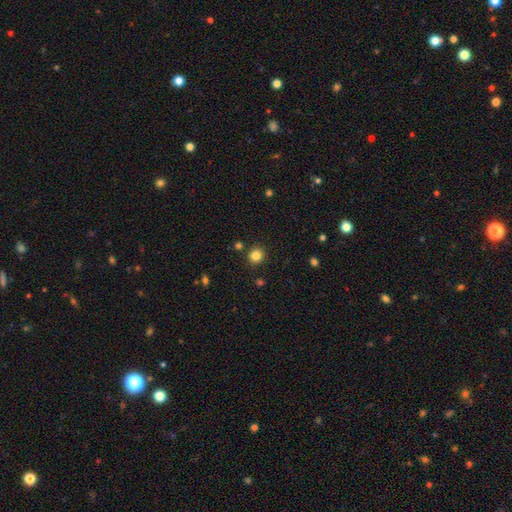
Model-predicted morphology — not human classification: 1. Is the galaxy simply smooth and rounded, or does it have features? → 84% smooth, 12% star or artifact, 4% featured or disk.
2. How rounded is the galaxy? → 91% round, 8% in between, 1% cigar-shaped.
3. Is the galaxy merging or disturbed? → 89% none, 6% minor disturbance, 3% merger, 2% major disturbance.